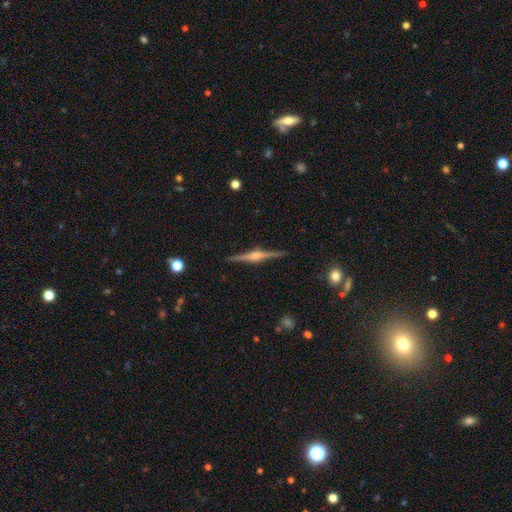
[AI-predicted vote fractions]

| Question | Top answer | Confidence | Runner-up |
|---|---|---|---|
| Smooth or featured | featured or disk | 83% | smooth (11%) |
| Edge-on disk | yes | 98% | no (2%) |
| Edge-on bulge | rounded | 82% | boxy (14%) |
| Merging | none | 91% | minor disturbance (6%) |